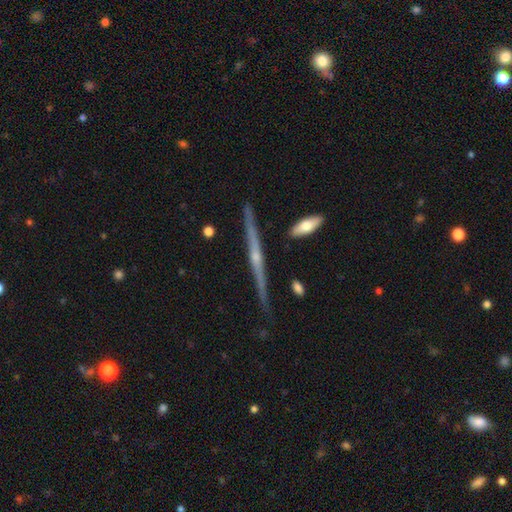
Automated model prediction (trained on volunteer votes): Smooth or featured? Predicted: featured or disk (p=0.82). Edge-on disk? Predicted: yes (p=0.98). Edge-on bulge? Predicted: rounded (p=0.75). Merging? Predicted: none (p=0.85).